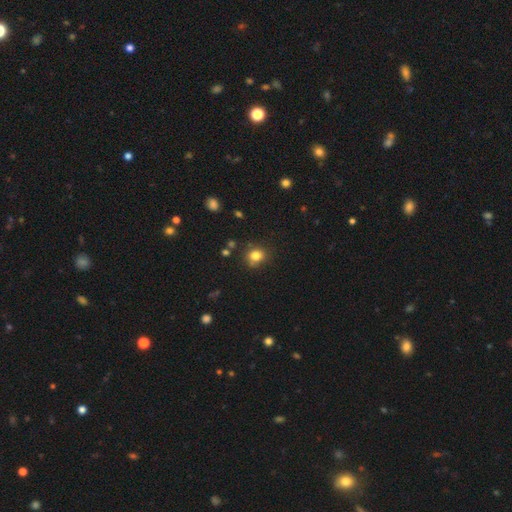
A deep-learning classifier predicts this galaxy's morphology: Smooth or featured?
  - smooth: 81% *
  - star or artifact: 12%
  - featured or disk: 6%
How rounded?
  - round: 73% *
  - in between: 27%
  - cigar-shaped: 1%
Merging?
  - none: 75% *
  - minor disturbance: 17%
  - merger: 4%
  - major disturbance: 4%